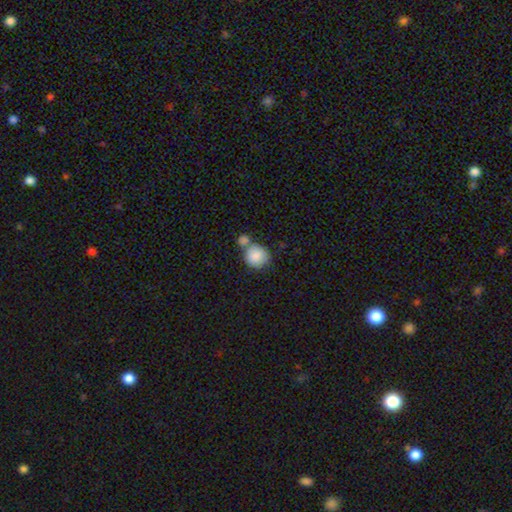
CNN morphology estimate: smooth 87%, star or artifact 7%, featured or disk 6%. Down the decision tree: how rounded — round (85%); merging — none (45%).